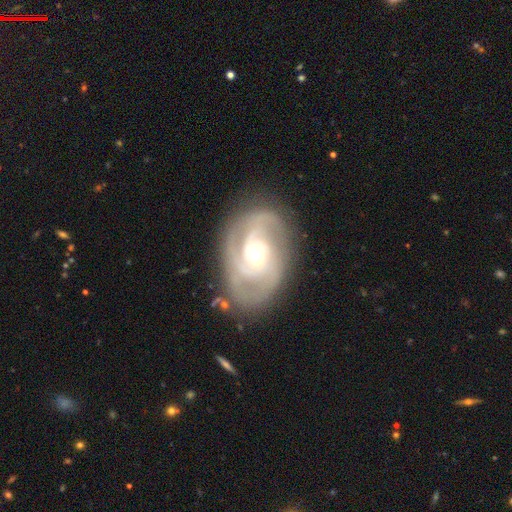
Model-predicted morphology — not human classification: Smooth or featured?
  - featured or disk: 88% *
  - smooth: 7%
  - star or artifact: 5%
Edge-on disk?
  - no: 97% *
  - yes: 3%
Bar?
  - no: 56% *
  - weak: 35%
  - strong: 10%
Spiral arms?
  - yes: 97% *
  - no: 3%
Spiral winding?
  - tight: 54% *
  - medium: 38%
  - loose: 8%
Spiral arm count?
  - 2: 39% *
  - 3: 32%
  - can't tell: 16%
  - 4: 6%
  - 1: 4%
  - more than 4: 4%
Bulge size?
  - moderate: 49% *
  - small: 46%
  - large: 3%
  - none: 1%
  - dominant: 1%
Merging?
  - none: 76% *
  - minor disturbance: 16%
  - major disturbance: 6%
  - merger: 2%